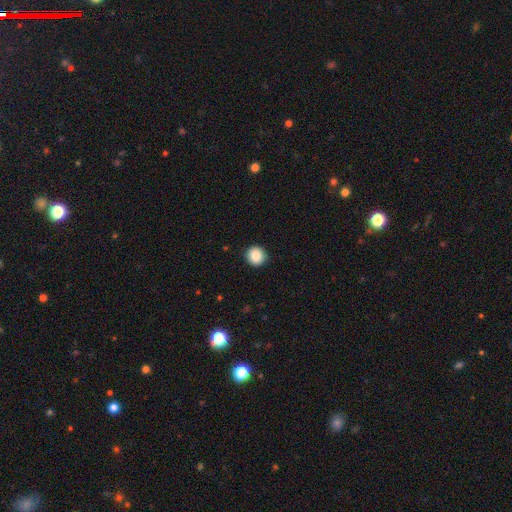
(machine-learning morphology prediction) The model was most divided on "smooth or featured": smooth: 87%, star or artifact: 9%, featured or disk: 4%. More confident: how rounded — round (93%); merging — none (92%).